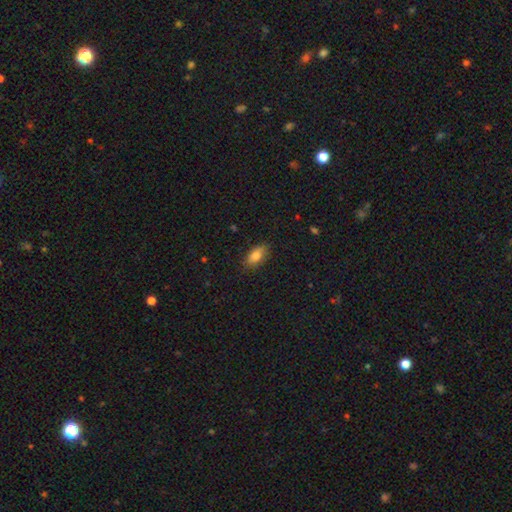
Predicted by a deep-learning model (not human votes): A smooth galaxy with no disk features (80%) that is in between round and cigar-shaped (87%).

Vote fractions:
- Smooth or featured? smooth: 80% / featured or disk: 12% / star or artifact: 8%
- How rounded? in between: 87% / cigar-shaped: 9% / round: 4%
- Merging? none: 83% / minor disturbance: 13% / major disturbance: 3% / merger: 1%